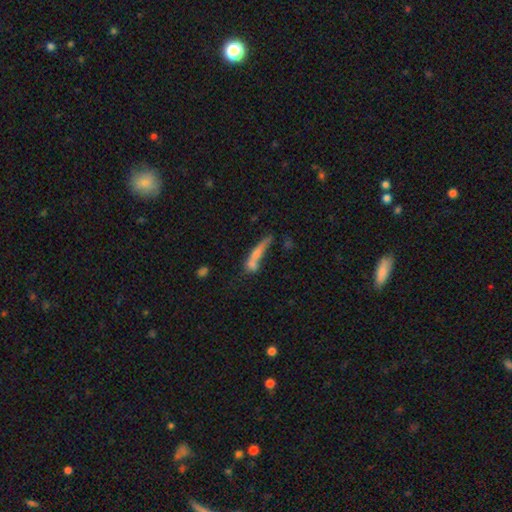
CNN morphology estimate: Smooth or featured? smooth (53%)
How rounded? cigar-shaped (80%)
Merging? merger (36%)